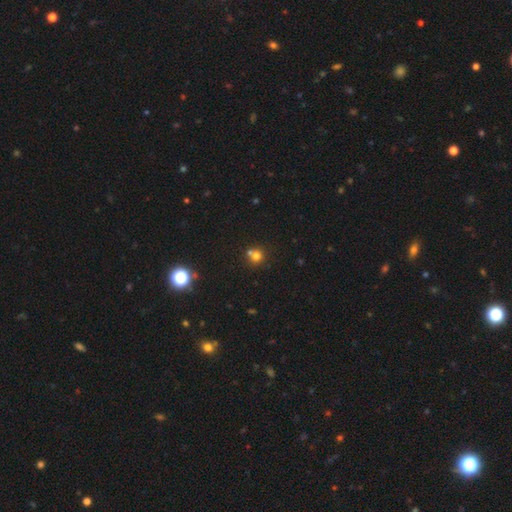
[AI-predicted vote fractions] Q: Smooth or featured?
A: smooth (70%); runner-up: star or artifact (18%)
Q: How rounded?
A: round (87%); runner-up: in between (12%)
Q: Merging?
A: none (51%); runner-up: merger (39%)